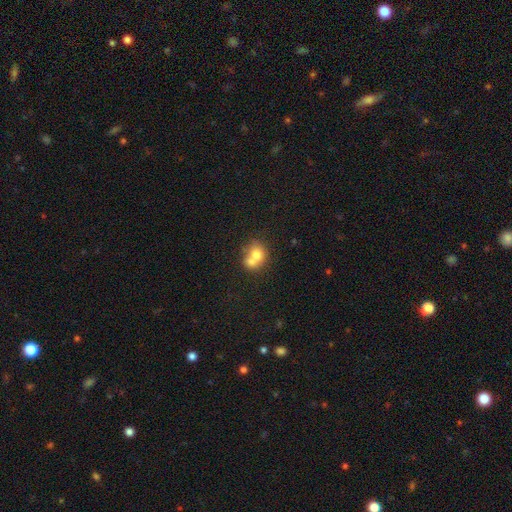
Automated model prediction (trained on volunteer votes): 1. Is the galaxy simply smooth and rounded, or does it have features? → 69% smooth, 21% featured or disk, 10% star or artifact.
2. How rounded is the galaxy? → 63% round, 36% in between, 1% cigar-shaped.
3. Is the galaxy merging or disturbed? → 63% merger, 26% none, 8% minor disturbance, 4% major disturbance.